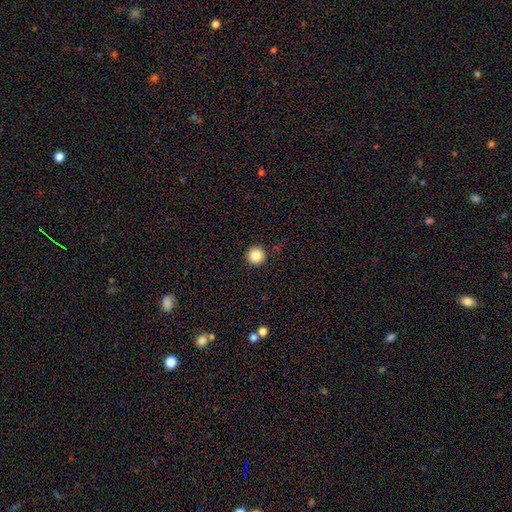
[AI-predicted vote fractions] Smooth or featured? Predicted: smooth (p=0.86). How rounded? Predicted: round (p=0.96). Merging? Predicted: none (p=0.92).